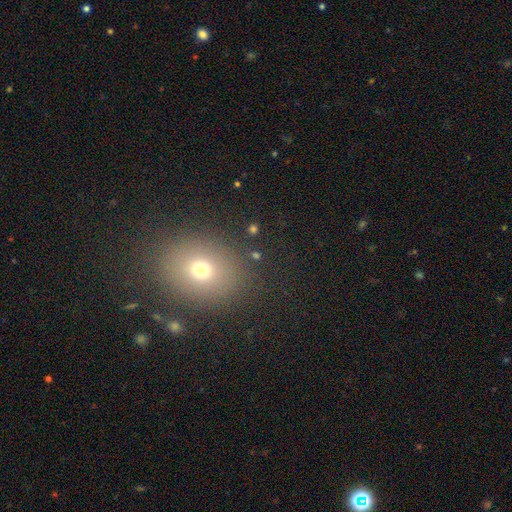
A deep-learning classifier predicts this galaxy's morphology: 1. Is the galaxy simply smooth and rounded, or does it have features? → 62% smooth, 26% star or artifact, 12% featured or disk.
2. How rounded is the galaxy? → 63% round, 35% in between, 2% cigar-shaped.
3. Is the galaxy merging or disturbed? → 81% none, 10% minor disturbance, 5% merger, 5% major disturbance.